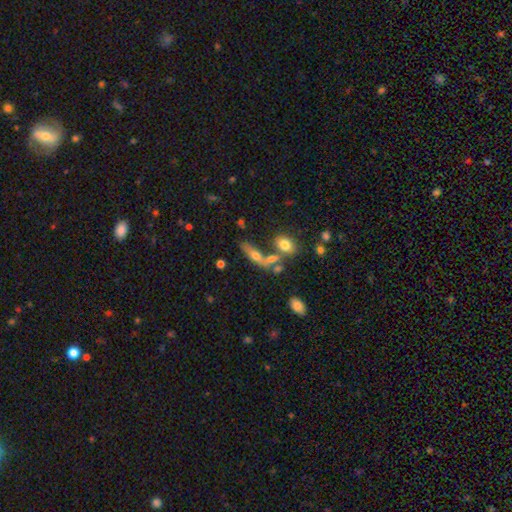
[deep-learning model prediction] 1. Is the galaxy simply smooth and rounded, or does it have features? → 46% smooth, 42% featured or disk, 12% star or artifact.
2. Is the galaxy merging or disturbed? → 44% none, 31% merger, 15% minor disturbance, 10% major disturbance.